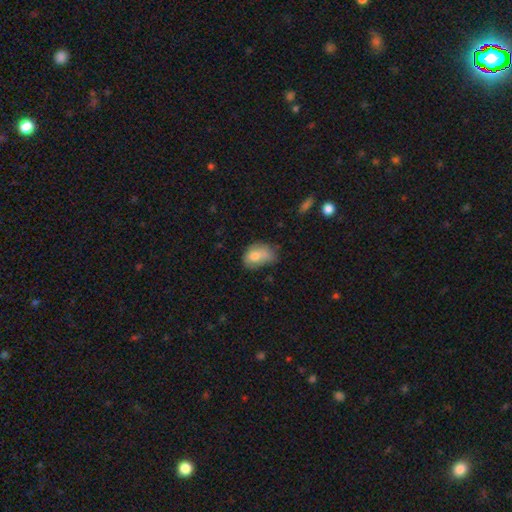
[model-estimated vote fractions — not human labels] Smooth or featured? Predicted: smooth (p=0.75). How rounded? Predicted: in between (p=0.81). Merging? Predicted: minor disturbance (p=0.39).